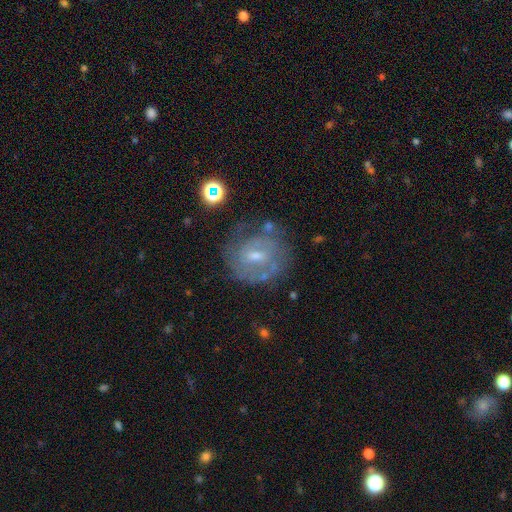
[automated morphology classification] smooth-or-featured: featured or disk: 69% | smooth: 20% | star or artifact: 11%
  disk-edge-on: no: 97% | yes: 3%
    bar: weak: 56% | no: 28% | strong: 16%
    has-spiral-arms: yes: 75% | no: 25%
    bulge-size: small: 54% | moderate: 39% | none: 4% | large: 2% | dominant: 1%
  merging: none: 67% | minor disturbance: 19% | major disturbance: 10% | merger: 4%